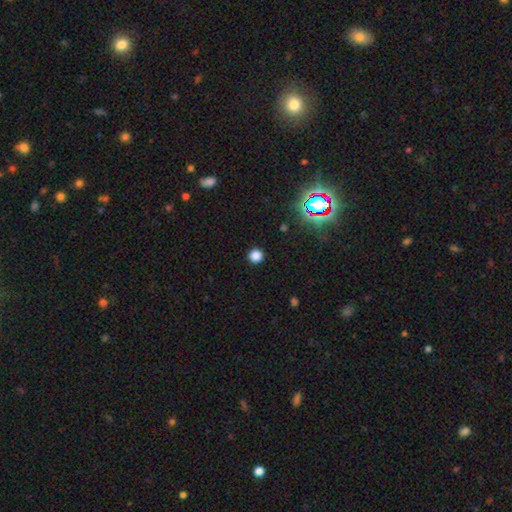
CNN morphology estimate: type=smooth (82%); roundness=round (95%); merging=none (92%).